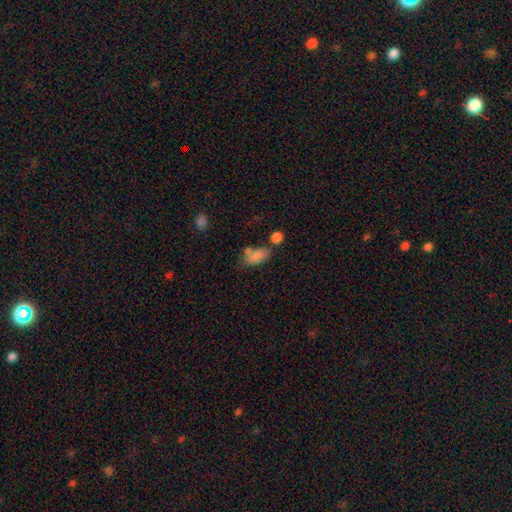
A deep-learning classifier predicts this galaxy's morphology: smooth-or-featured: smooth: 80% | featured or disk: 11% | star or artifact: 9%
  how-rounded: in between: 90% | round: 5% | cigar-shaped: 4%
  merging: none: 44% | merger: 26% | minor disturbance: 20% | major disturbance: 10%